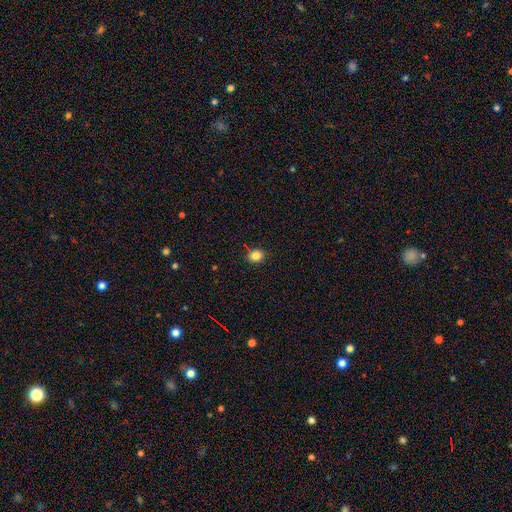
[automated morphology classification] A smooth galaxy with no disk features (84%) that is round (58%). Merging: none (85%).